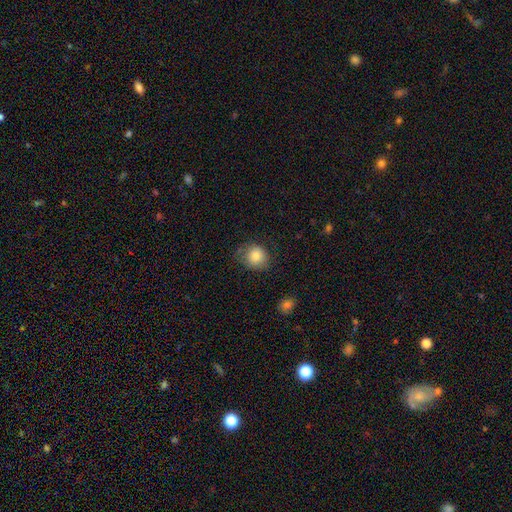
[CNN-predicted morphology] Smooth or featured? Predicted: smooth (p=0.82). How rounded? Predicted: round (p=0.81). Merging? Predicted: none (p=0.70).